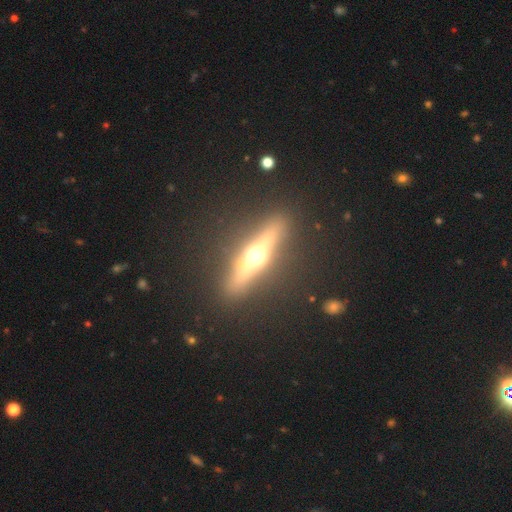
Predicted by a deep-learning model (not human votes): A featured or disk galaxy (68%) viewed edge-on (92%) with a rounded central bulge (96%).

Vote fractions:
- Smooth or featured? featured or disk: 68% / smooth: 21% / star or artifact: 11%
- Edge-on disk? yes: 92% / no: 8%
- Edge-on bulge? rounded: 96% / boxy: 2% / none: 2%
- Merging? none: 88% / minor disturbance: 7% / major disturbance: 3% / merger: 1%